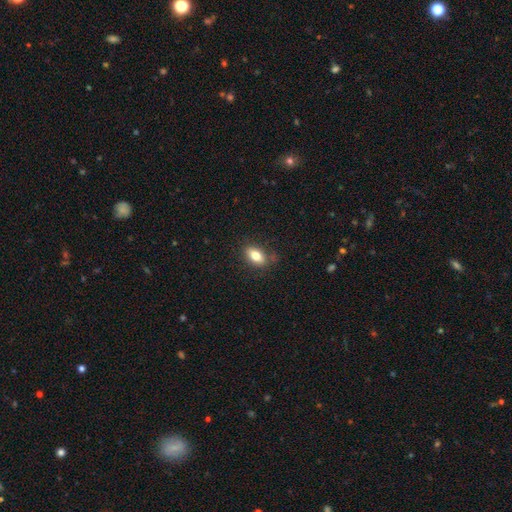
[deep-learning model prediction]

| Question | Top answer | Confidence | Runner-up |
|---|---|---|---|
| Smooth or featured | smooth | 79% | featured or disk (13%) |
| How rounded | in between | 87% | round (8%) |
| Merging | none | 81% | minor disturbance (14%) |